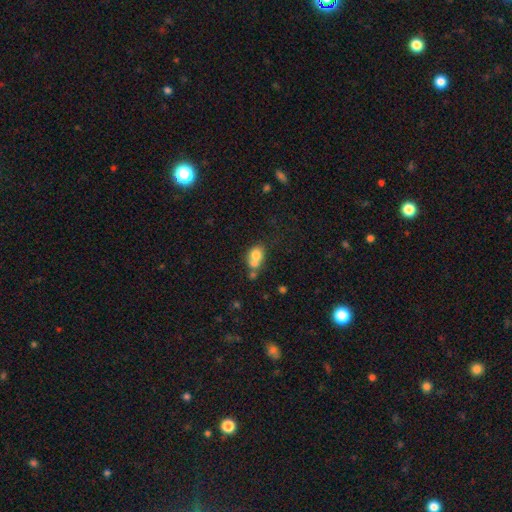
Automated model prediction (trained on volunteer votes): Overall: smooth (71%). How rounded: in between (51%; round 48%). Merging: merger (52%; none 30%).